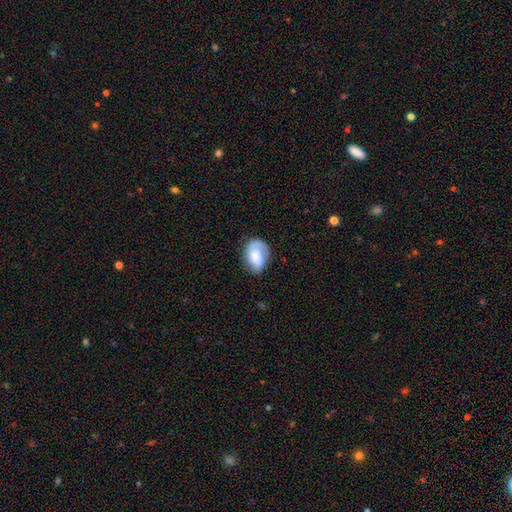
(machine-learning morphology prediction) A featured or disk galaxy (50%).

Vote fractions:
- Smooth or featured? featured or disk: 50% / smooth: 42% / star or artifact: 7%
- Edge-on disk? no: 97% / yes: 3%
- Merging? none: 66% / minor disturbance: 22% / major disturbance: 10% / merger: 2%